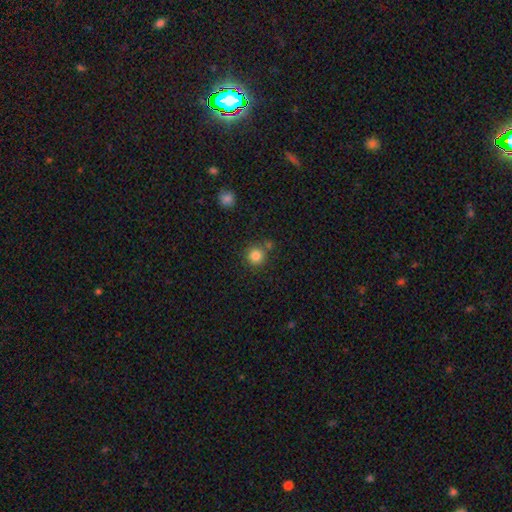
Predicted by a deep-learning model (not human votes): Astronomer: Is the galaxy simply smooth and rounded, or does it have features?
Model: smooth — 84%.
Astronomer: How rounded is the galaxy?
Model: round — 94%.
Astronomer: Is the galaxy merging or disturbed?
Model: none — 78%.